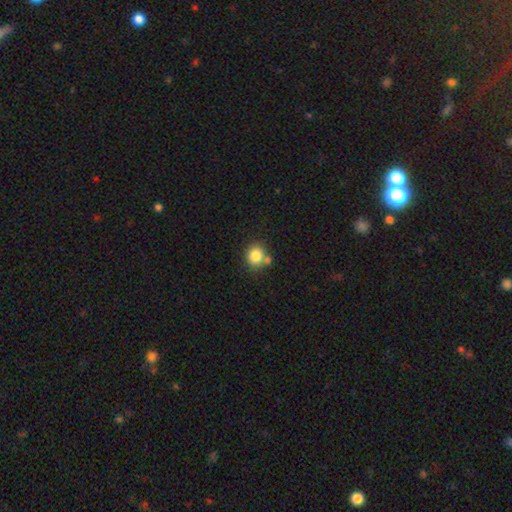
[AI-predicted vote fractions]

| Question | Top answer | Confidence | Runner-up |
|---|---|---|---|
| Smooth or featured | smooth | 83% | star or artifact (10%) |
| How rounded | round | 80% | in between (19%) |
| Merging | none | 65% | merger (20%) |